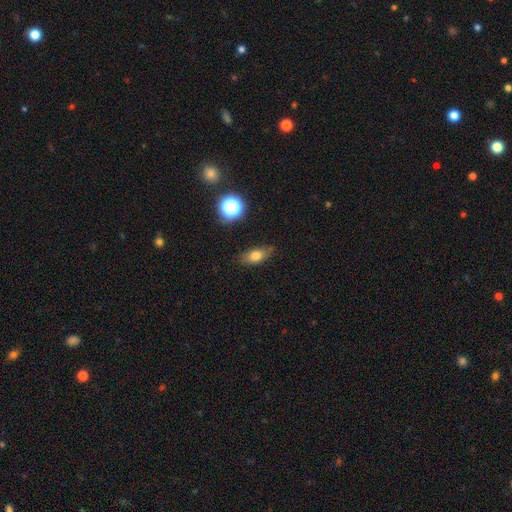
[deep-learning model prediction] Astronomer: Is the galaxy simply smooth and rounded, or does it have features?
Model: smooth — 74%.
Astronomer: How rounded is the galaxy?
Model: in between — 77%.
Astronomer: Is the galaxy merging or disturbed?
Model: none — 80%.